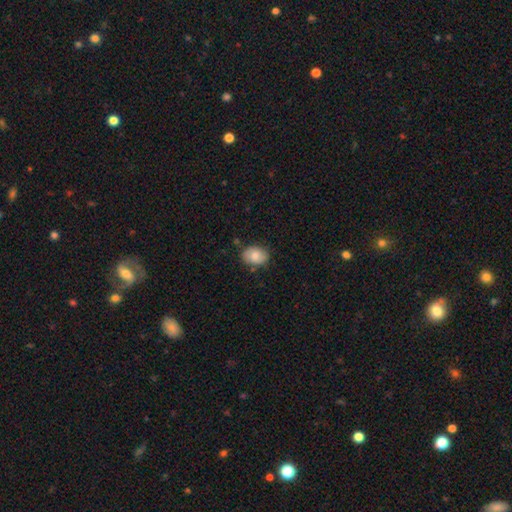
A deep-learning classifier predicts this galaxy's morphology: type=smooth (75%); roundness=in between (74%); merging=none (78%).